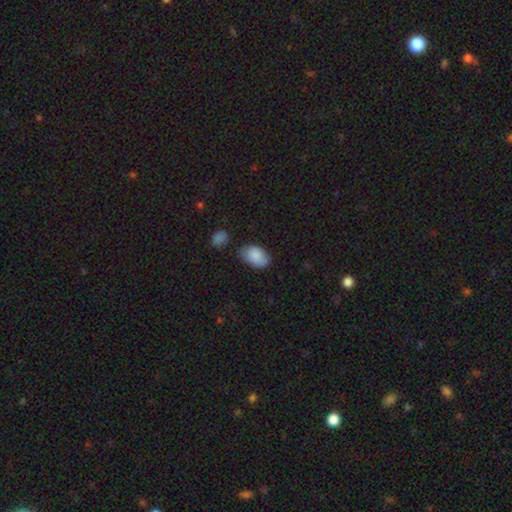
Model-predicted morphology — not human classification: Smooth or featured?
  - smooth: 87% *
  - star or artifact: 7%
  - featured or disk: 6%
How rounded?
  - in between: 91% *
  - round: 7%
  - cigar-shaped: 1%
Merging?
  - none: 71% *
  - minor disturbance: 21%
  - merger: 4%
  - major disturbance: 4%